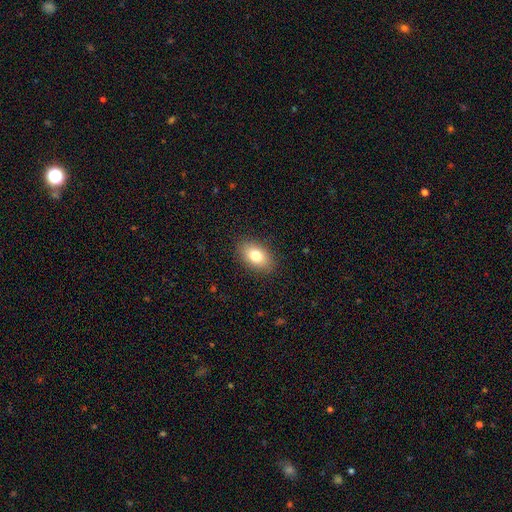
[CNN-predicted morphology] This appears to be a smooth galaxy with no disk features (79%) that is in between round and cigar-shaped (89%). Merging: none (87%).